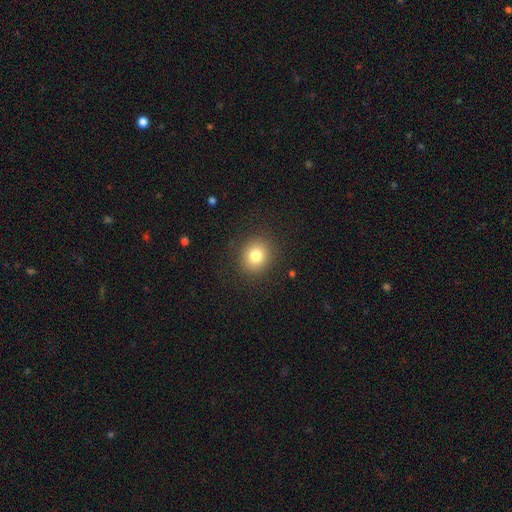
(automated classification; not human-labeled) Smooth or featured: smooth — 80% (star or artifact — 11%)
How rounded: round — 82% (in between — 17%)
Merging: none — 89% (minor disturbance — 7%)